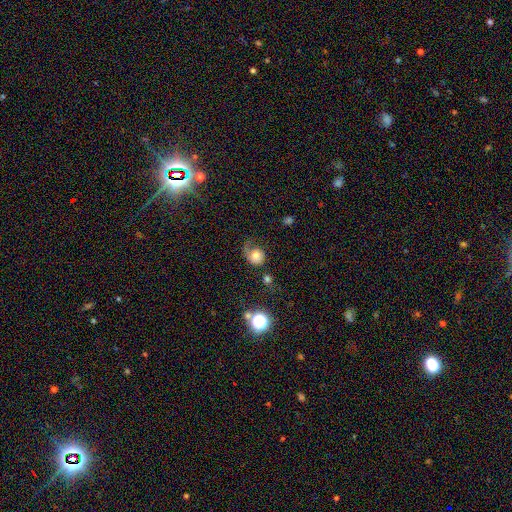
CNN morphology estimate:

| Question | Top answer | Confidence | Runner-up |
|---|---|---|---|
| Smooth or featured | smooth | 50% | featured or disk (39%) |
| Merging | major disturbance | 38% | none (35%) |